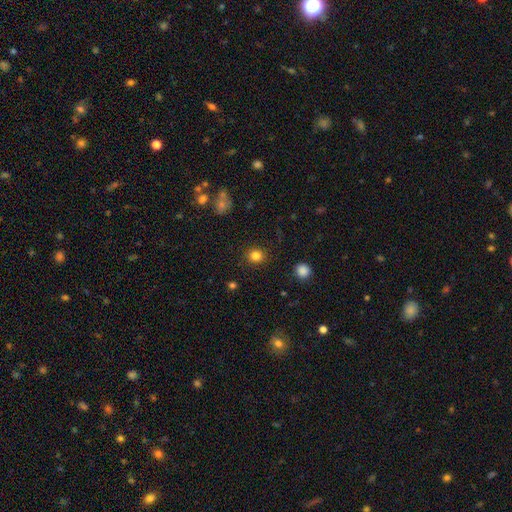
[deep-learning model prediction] This appears to be a smooth galaxy with no disk features (83%) that is round (81%). Merging: none (89%).